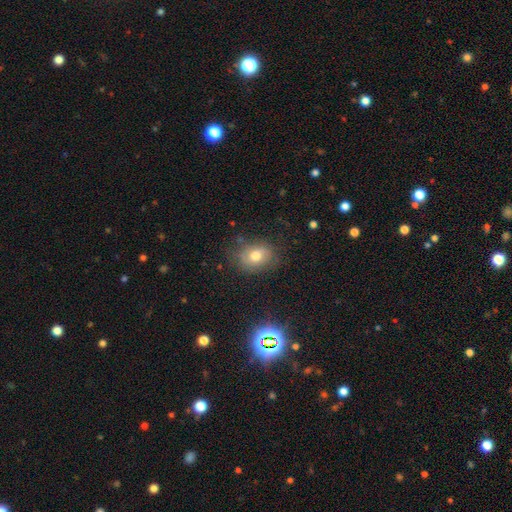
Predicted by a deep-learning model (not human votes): Smooth or featured?
  - smooth: 67% *
  - featured or disk: 21%
  - star or artifact: 12%
How rounded?
  - in between: 56% *
  - round: 43%
  - cigar-shaped: 1%
Merging?
  - none: 72% *
  - minor disturbance: 19%
  - major disturbance: 7%
  - merger: 2%